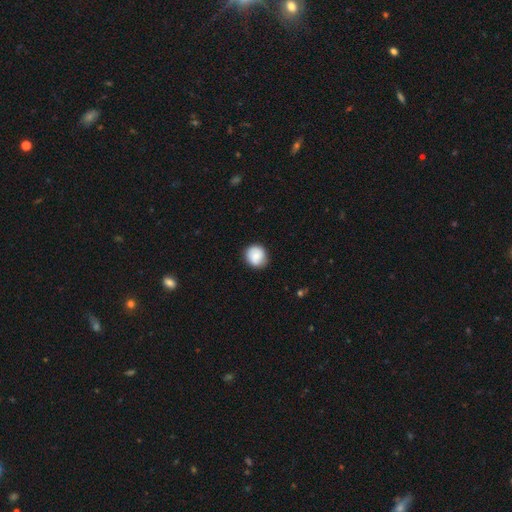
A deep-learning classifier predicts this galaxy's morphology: Q: Smooth or featured?
A: smooth (82%); runner-up: featured or disk (11%)
Q: How rounded?
A: round (86%); runner-up: in between (13%)
Q: Merging?
A: none (84%); runner-up: minor disturbance (12%)